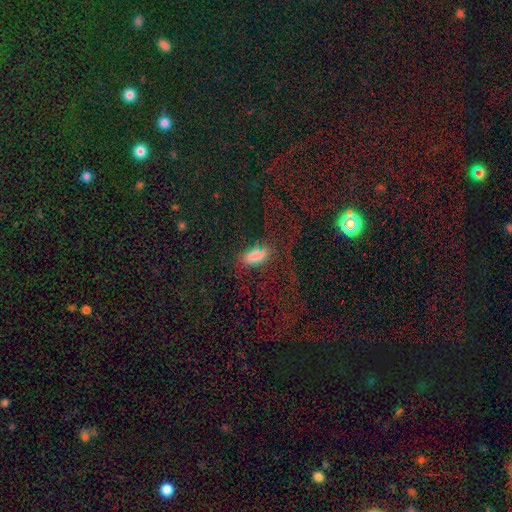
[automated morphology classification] smooth 60%, star or artifact 25%, featured or disk 15%. Down the decision tree: how rounded — in between (77%); merging — none (58%).